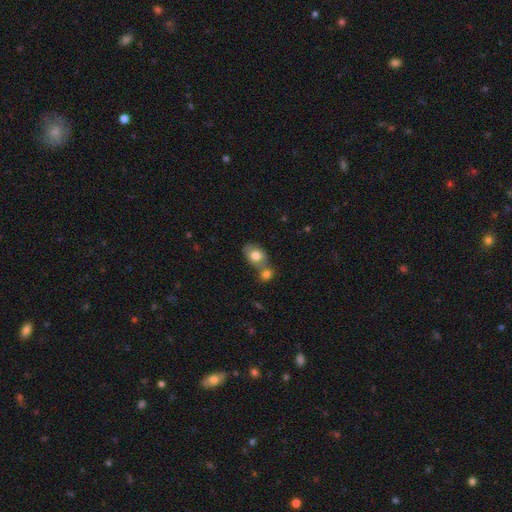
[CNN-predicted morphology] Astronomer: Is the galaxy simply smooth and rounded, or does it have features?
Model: smooth — 79%.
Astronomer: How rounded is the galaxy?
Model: in between — 75%.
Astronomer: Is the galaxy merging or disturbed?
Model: none — 42% (runner-up: merger, 41%).